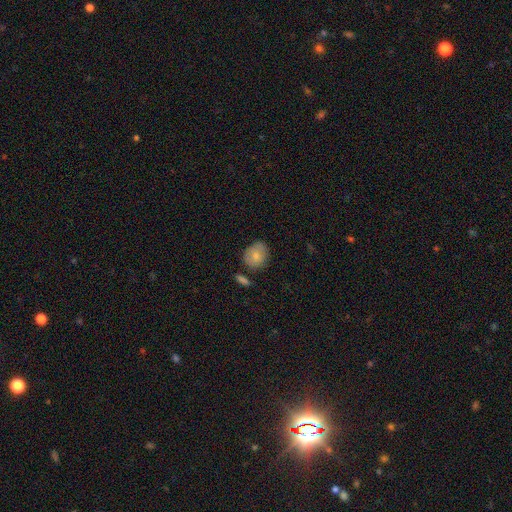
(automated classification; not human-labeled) Smooth or featured: smooth — 79% (featured or disk — 15%)
How rounded: round — 56% (in between — 43%)
Merging: none — 67% (minor disturbance — 22%)